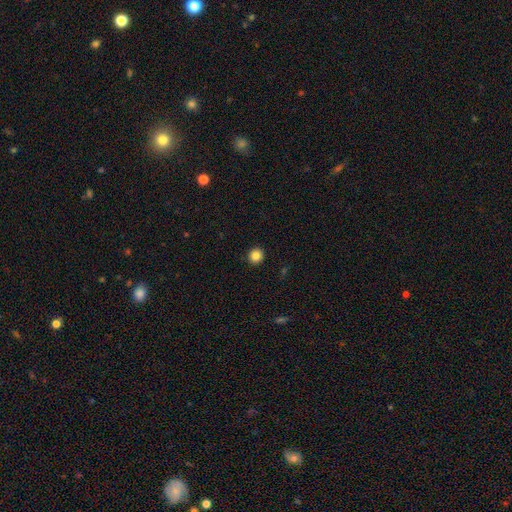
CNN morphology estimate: type=smooth (85%); roundness=round (91%); merging=none (93%).